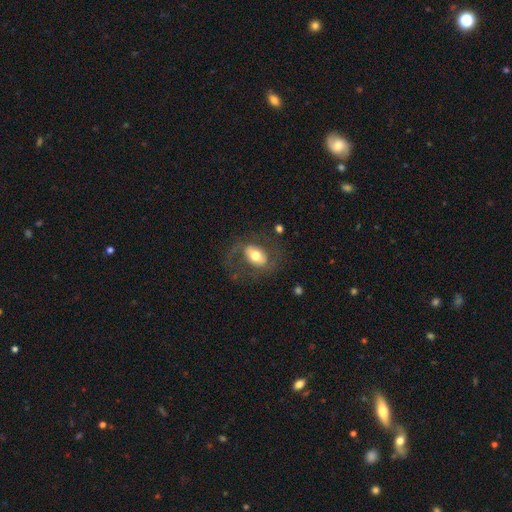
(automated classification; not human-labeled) This appears to be a featured or disk galaxy (49%). Merging: none (59%).